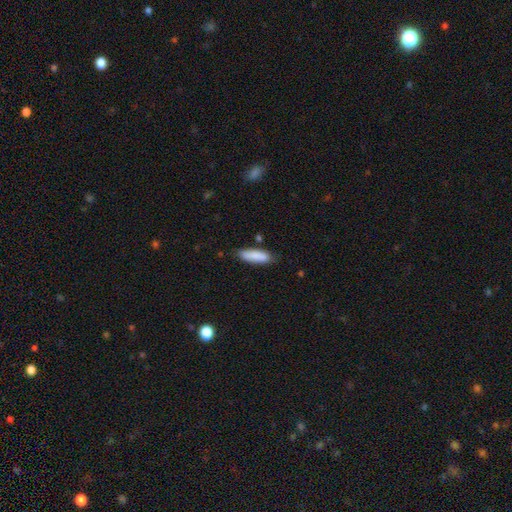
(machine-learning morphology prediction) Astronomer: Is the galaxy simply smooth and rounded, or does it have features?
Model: smooth — 87%.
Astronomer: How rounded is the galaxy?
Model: in between — 51% (runner-up: cigar-shaped, 48%).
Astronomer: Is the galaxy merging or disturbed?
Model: none — 78%.